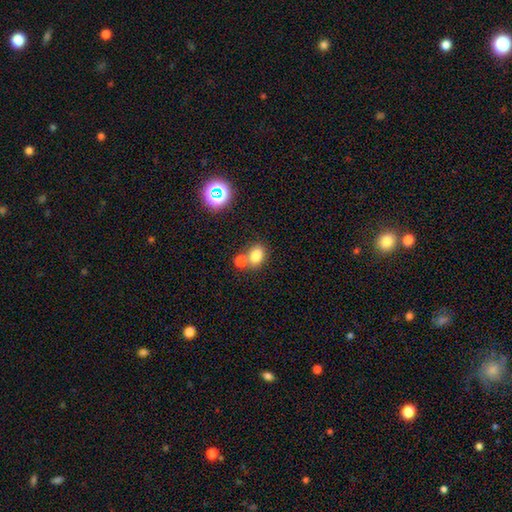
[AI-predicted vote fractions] This is clearly a smooth galaxy (80%). How rounded: likely in between (63%). Merging: possibly none (51%).